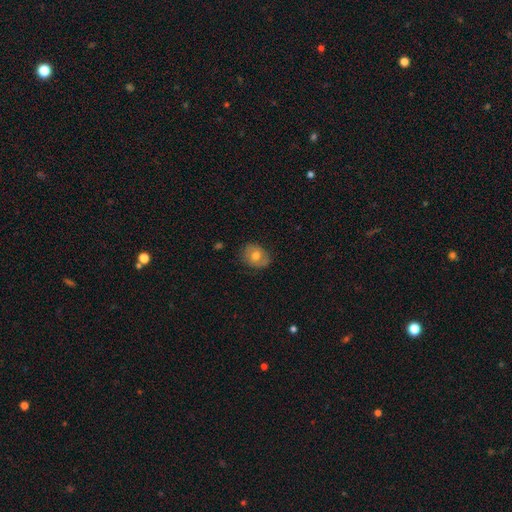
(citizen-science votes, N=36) Morphology: type=smooth (67%); roundness=round (50%, tied with in between); merging=none (72%).